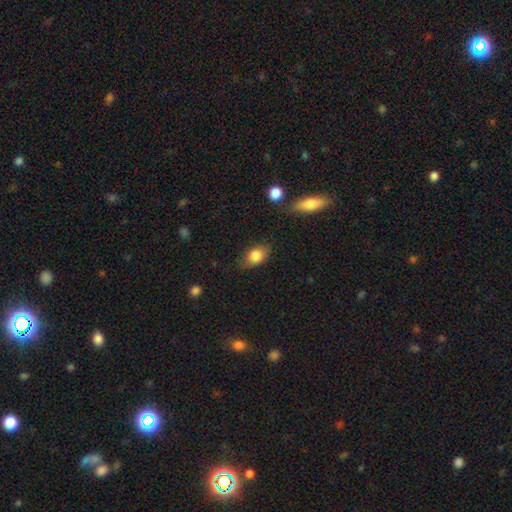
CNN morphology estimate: Smooth or featured? Predicted: smooth (p=0.82). How rounded? Predicted: in between (p=0.80). Merging? Predicted: none (p=0.77).